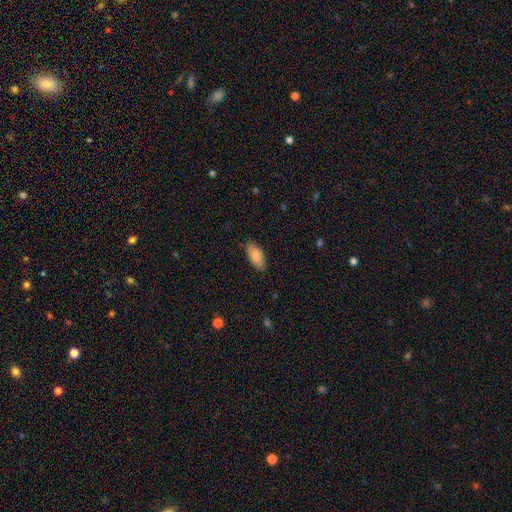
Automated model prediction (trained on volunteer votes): A smooth galaxy with no disk features (85%) that is in between round and cigar-shaped (85%). Merging: none (84%).